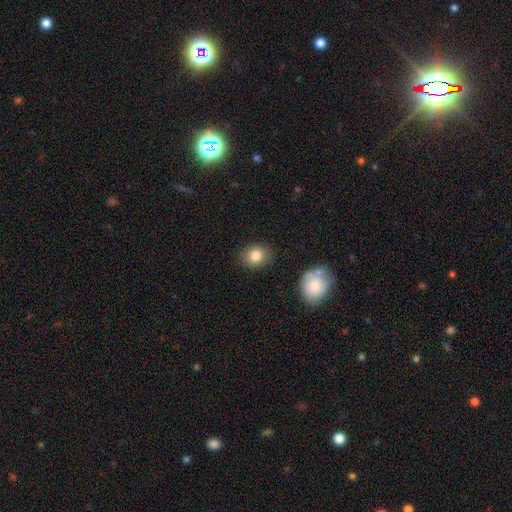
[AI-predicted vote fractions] The model was most divided on "how rounded": round: 51%, in between: 48%, cigar-shaped: 1%. More confident: merging — none (84%); smooth or featured — smooth (82%).